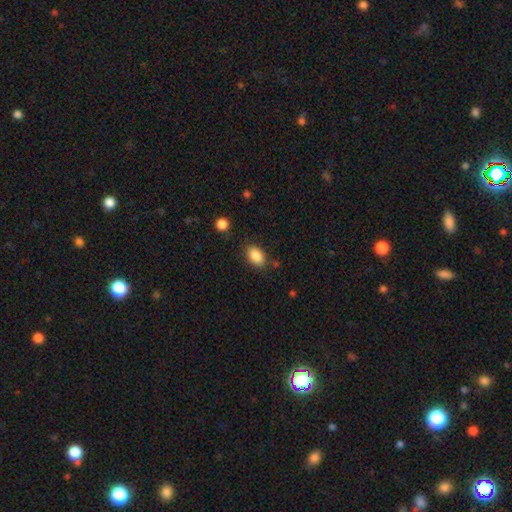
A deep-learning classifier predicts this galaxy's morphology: Smooth or featured?
  - smooth: 88% *
  - star or artifact: 8%
  - featured or disk: 4%
How rounded?
  - in between: 84% *
  - round: 14%
  - cigar-shaped: 1%
Merging?
  - none: 80% *
  - minor disturbance: 14%
  - major disturbance: 4%
  - merger: 3%